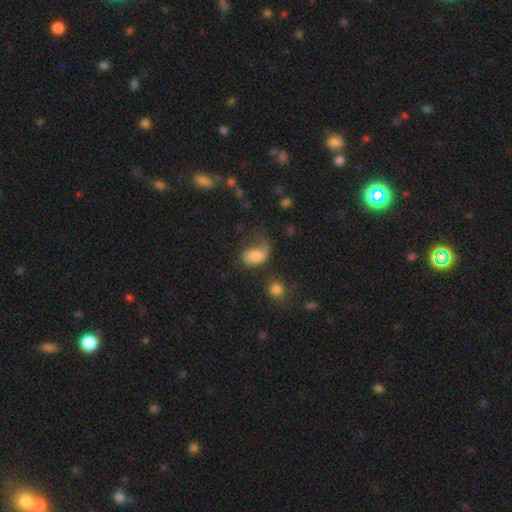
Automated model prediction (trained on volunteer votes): Smooth or featured? smooth (66%)
How rounded? in between (84%)
Merging? major disturbance (43%)